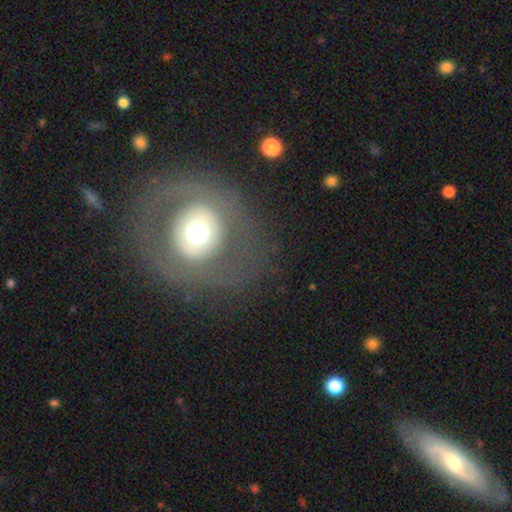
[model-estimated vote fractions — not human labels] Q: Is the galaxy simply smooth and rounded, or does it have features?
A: featured or disk — 56%.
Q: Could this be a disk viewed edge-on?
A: no — 95%.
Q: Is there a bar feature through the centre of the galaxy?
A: no — 76%.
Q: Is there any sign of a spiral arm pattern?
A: no — 74%.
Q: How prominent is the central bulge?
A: moderate — 53%.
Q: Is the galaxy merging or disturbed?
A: none — 79%.